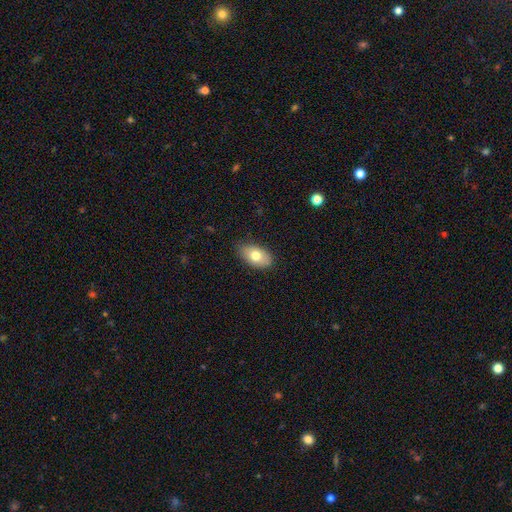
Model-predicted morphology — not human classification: Smooth or featured?
  - smooth: 74% *
  - featured or disk: 19%
  - star or artifact: 7%
How rounded?
  - in between: 91% *
  - round: 7%
  - cigar-shaped: 2%
Merging?
  - none: 81% *
  - minor disturbance: 15%
  - major disturbance: 3%
  - merger: 1%